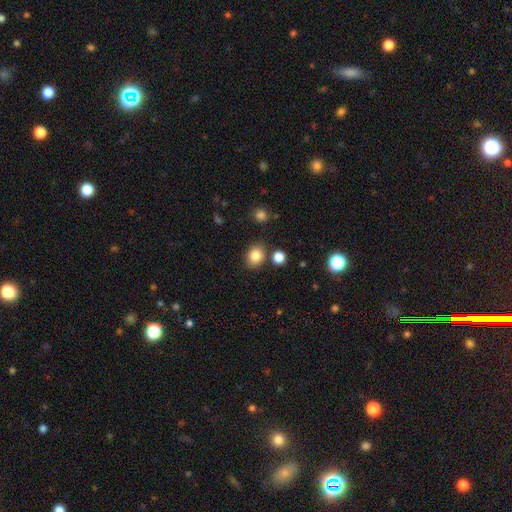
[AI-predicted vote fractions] Smooth or featured?
  - smooth: 83% *
  - star or artifact: 11%
  - featured or disk: 6%
How rounded?
  - in between: 50% *
  - round: 49%
  - cigar-shaped: 1%
Merging?
  - none: 80% *
  - minor disturbance: 10%
  - merger: 7%
  - major disturbance: 3%